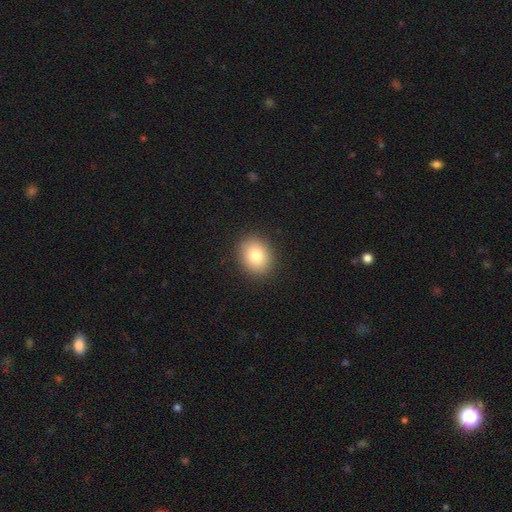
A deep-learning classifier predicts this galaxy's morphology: Smooth or featured: smooth — 82% (star or artifact — 9%)
How rounded: round — 63% (in between — 36%)
Merging: none — 90% (minor disturbance — 6%)